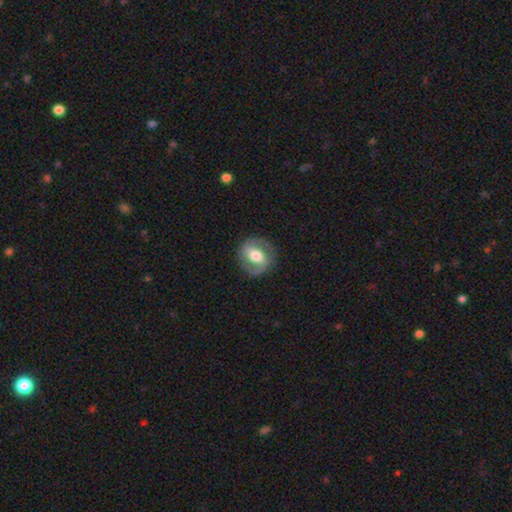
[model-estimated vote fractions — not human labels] smooth-or-featured: featured or disk: 67% | smooth: 27% | star or artifact: 6%
  disk-edge-on: no: 95% | yes: 5%
    bar: weak: 38% | strong: 36% | no: 26%
    has-spiral-arms: yes: 75% | no: 25%
    bulge-size: moderate: 67% | large: 20% | small: 10% | dominant: 2% | none: 1%
  merging: none: 83% | minor disturbance: 11% | major disturbance: 5% | merger: 1%